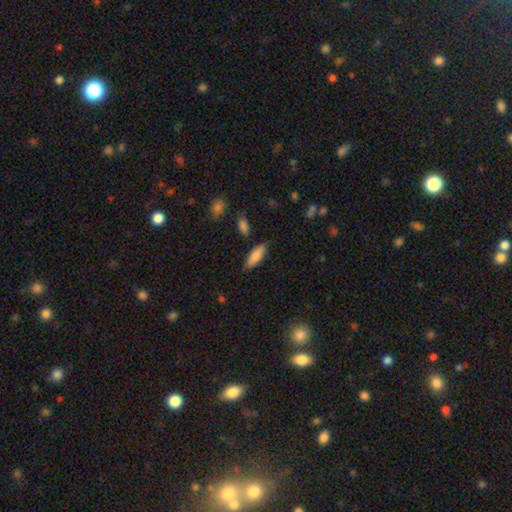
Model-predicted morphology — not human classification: Overall: smooth (82%). How rounded: in between (71%). Merging: none (76%).